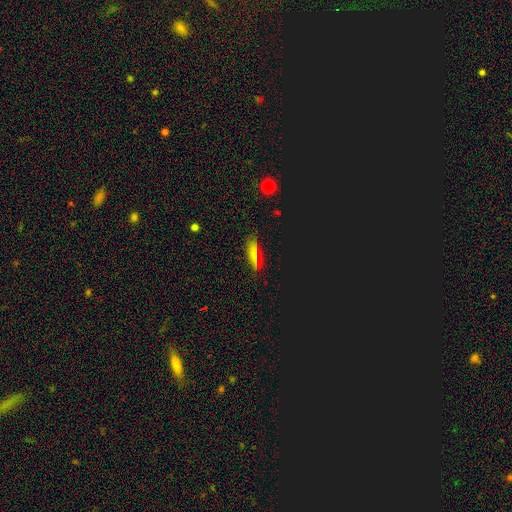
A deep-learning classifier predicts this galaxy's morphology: Smooth or featured? smooth (56%)
How rounded? in between (54%)
Merging? none (84%)